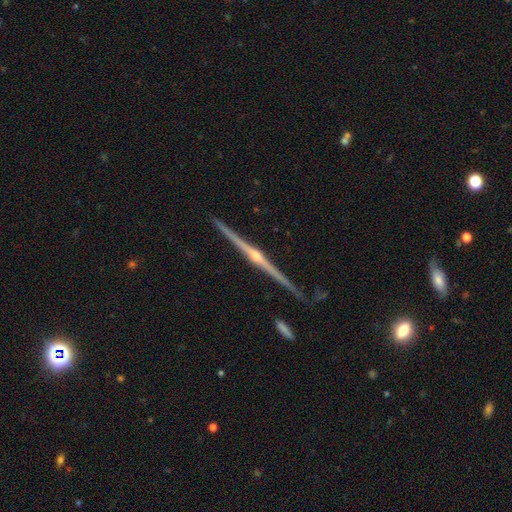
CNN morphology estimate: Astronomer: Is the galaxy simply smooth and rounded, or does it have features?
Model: featured or disk — 89%.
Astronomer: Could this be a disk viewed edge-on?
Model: yes — 99%.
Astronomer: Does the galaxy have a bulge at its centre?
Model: rounded — 88%.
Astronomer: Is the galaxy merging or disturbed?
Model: none — 90%.